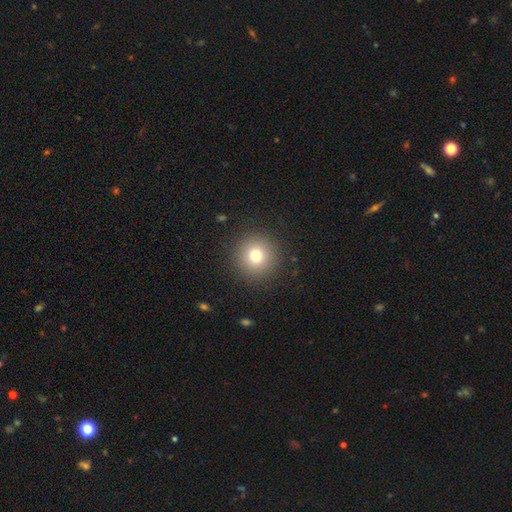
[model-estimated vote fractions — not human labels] smooth-or-featured: smooth: 77% | star or artifact: 13% | featured or disk: 10%
  how-rounded: round: 95% | in between: 4% | cigar-shaped: 1%
  merging: none: 91% | minor disturbance: 5% | major disturbance: 3% | merger: 1%